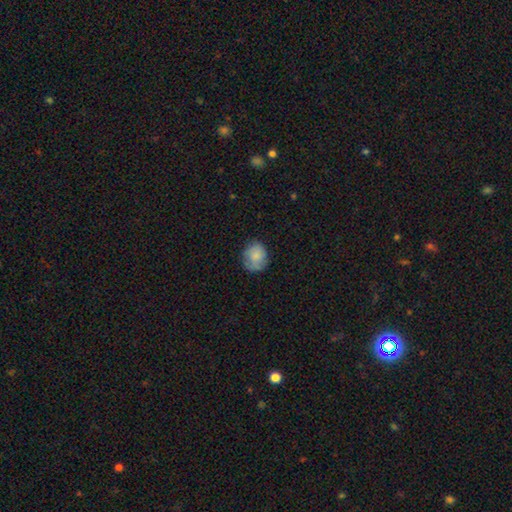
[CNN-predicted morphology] Smooth or featured?
  - smooth: 80% *
  - featured or disk: 12%
  - star or artifact: 8%
How rounded?
  - round: 69% *
  - in between: 30%
  - cigar-shaped: 1%
Merging?
  - none: 67% *
  - minor disturbance: 24%
  - major disturbance: 7%
  - merger: 2%